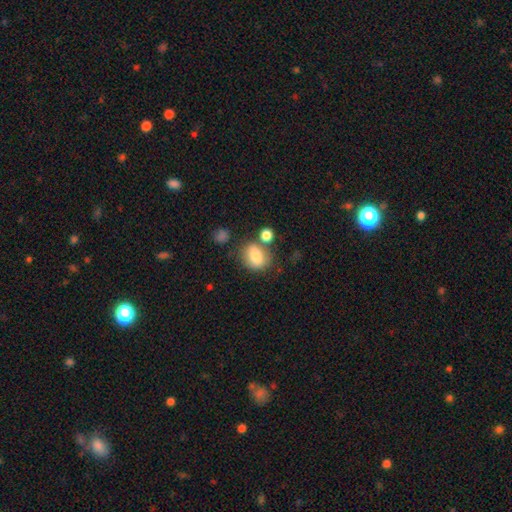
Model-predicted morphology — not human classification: smooth_or_featured: smooth (p=0.77) [alt: featured or disk p=0.13]
how_rounded: in between (p=0.55) [alt: round p=0.43]
merging: none (p=0.61) [alt: minor disturbance p=0.16]